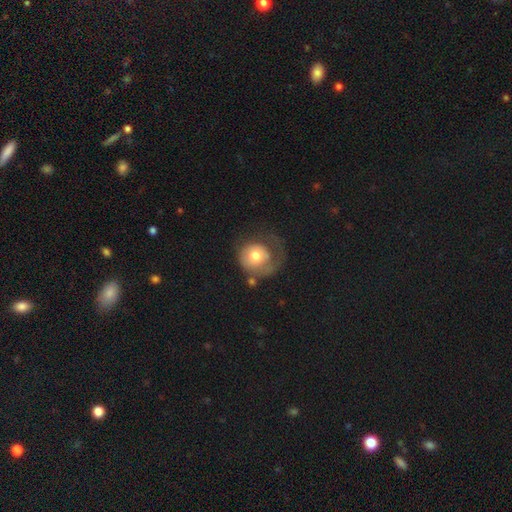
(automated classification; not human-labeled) This appears to be a smooth galaxy with no disk features (57%) that is round (83%). Merging: major disturbance (41%).